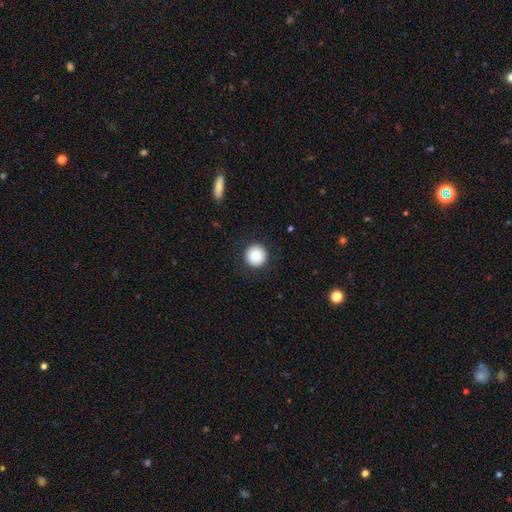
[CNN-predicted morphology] Overall: smooth (89%). How rounded: round (96%). Merging: none (92%).